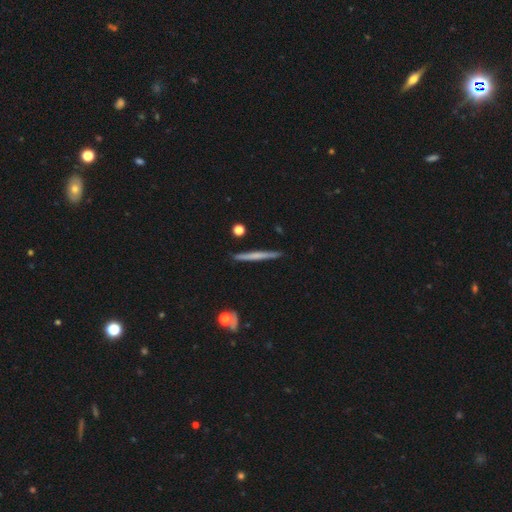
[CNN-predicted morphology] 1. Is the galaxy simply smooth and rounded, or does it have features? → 48% smooth, 46% featured or disk, 6% star or artifact.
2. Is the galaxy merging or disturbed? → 91% none, 7% minor disturbance, 2% merger, 1% major disturbance.